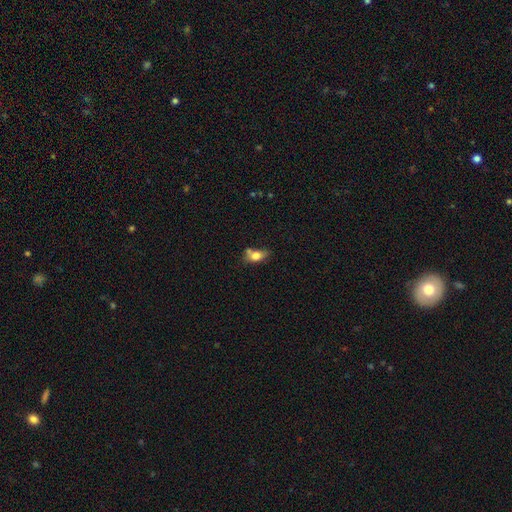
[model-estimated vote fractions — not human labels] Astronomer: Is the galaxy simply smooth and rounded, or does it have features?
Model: smooth — 73%.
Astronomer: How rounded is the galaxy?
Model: in between — 79%.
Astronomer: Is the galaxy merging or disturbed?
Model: none — 48% (runner-up: minor disturbance, 23%).